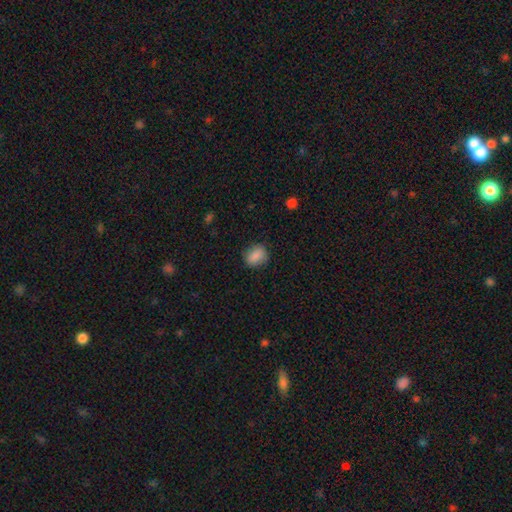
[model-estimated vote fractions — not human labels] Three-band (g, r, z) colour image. It shows a smooth galaxy with no disk features (86%) that is round (53%). Merging: none (82%).